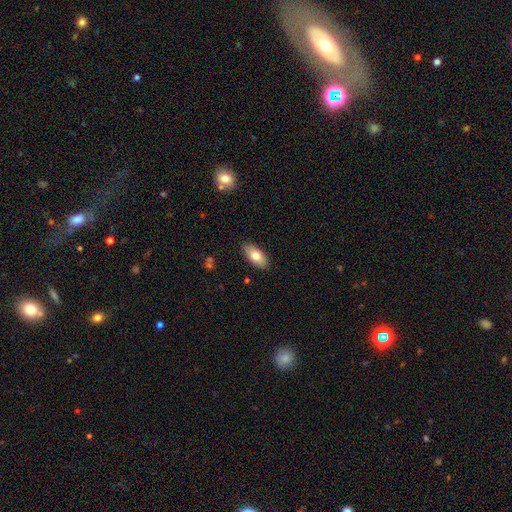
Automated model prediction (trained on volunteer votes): This appears to be a smooth galaxy with no disk features (75%) that is in between round and cigar-shaped (89%). Merging: none (88%).